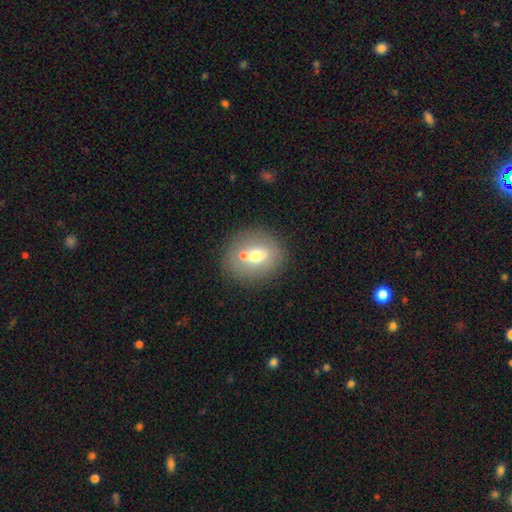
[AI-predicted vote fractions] The model was most divided on "smooth or featured": smooth: 62%, featured or disk: 27%, star or artifact: 10%. More confident: how rounded — round (73%); merging — none (63%).